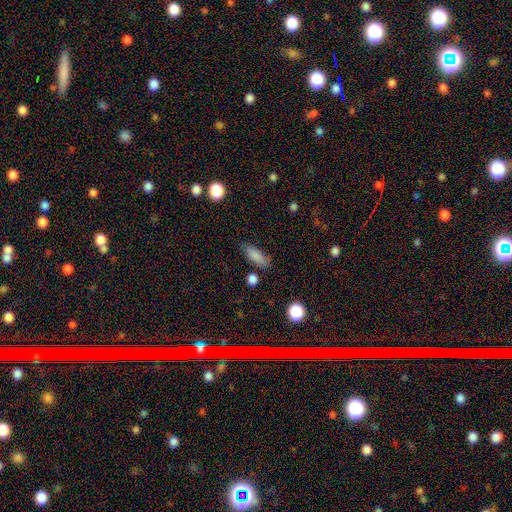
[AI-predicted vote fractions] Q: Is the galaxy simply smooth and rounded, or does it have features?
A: smooth — 84%.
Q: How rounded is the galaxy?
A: in between — 71%.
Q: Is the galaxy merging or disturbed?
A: none — 78%.